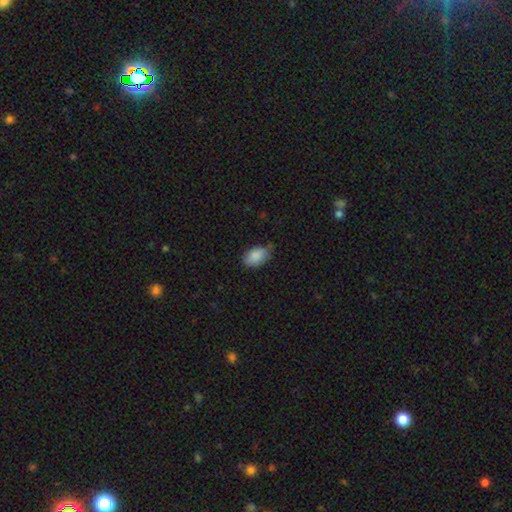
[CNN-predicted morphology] Q: Smooth or featured?
A: smooth (88%); runner-up: star or artifact (7%)
Q: How rounded?
A: in between (91%); runner-up: round (8%)
Q: Merging?
A: none (72%); runner-up: minor disturbance (23%)